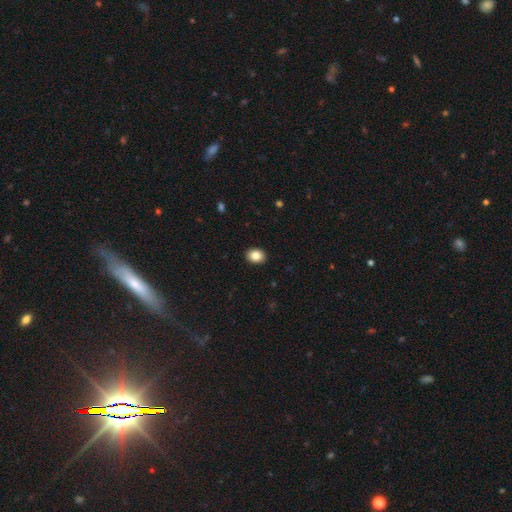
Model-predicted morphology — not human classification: smooth 85%, star or artifact 9%, featured or disk 6%. Down the decision tree: how rounded — in between (58%); merging — none (91%).